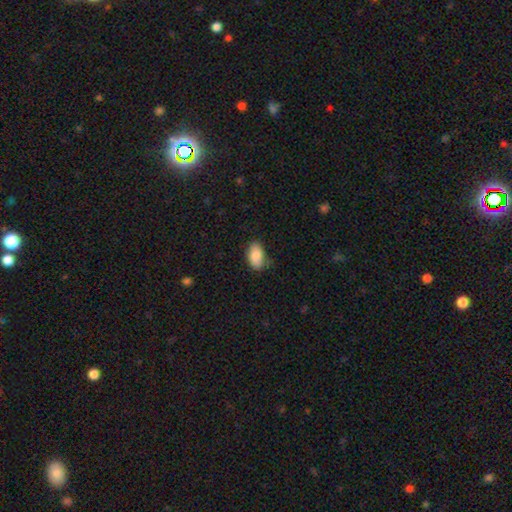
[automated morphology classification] smooth-or-featured: smooth: 86% | featured or disk: 8% | star or artifact: 7%
  how-rounded: in between: 93% | round: 5% | cigar-shaped: 2%
  merging: none: 71% | minor disturbance: 22% | major disturbance: 4% | merger: 2%